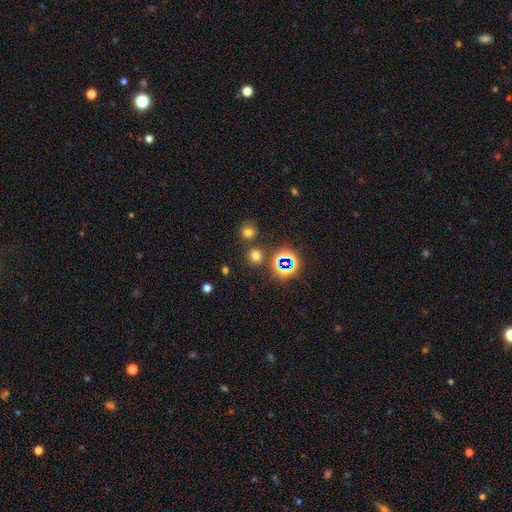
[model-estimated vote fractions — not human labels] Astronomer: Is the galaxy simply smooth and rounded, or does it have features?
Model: smooth — 63%.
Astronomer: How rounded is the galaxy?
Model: round — 90%.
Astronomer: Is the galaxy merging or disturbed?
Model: none — 82%.